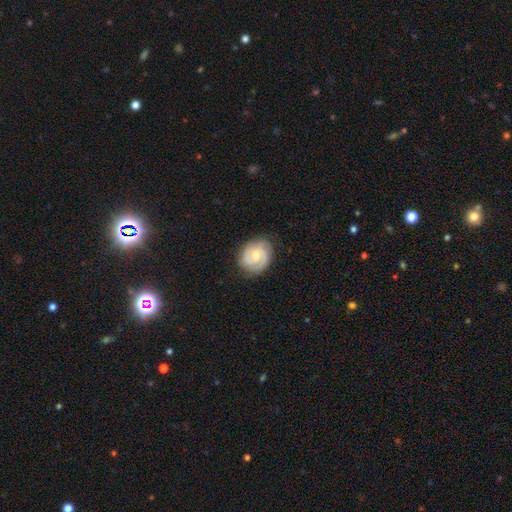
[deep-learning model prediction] smooth_or_featured: featured or disk (p=0.77) [alt: smooth p=0.18]
disk_edge_on: no (p=0.98) [alt: yes p=0.02]
bar: no (p=0.61) [alt: weak p=0.34]
has_spiral_arms: yes (p=0.96) [alt: no p=0.04]
spiral_winding: tight (p=0.58) [alt: medium p=0.35]
spiral_arm_count: 2 (p=0.59) [alt: 3 p=0.22]
bulge_size: moderate (p=0.49) [alt: small p=0.46]
merging: none (p=0.81) [alt: minor disturbance p=0.14]